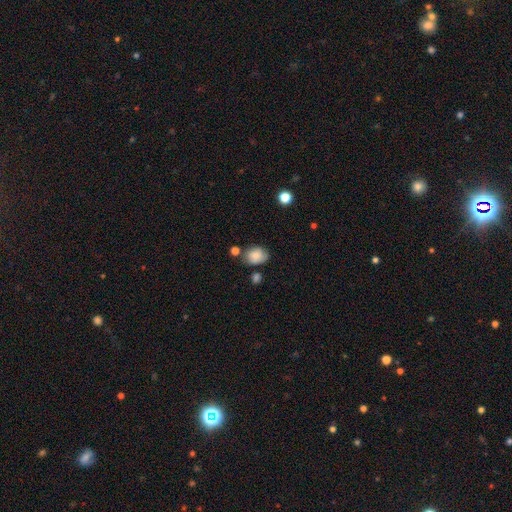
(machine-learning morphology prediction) smooth 76%, featured or disk 15%, star or artifact 9%. Down the decision tree: how rounded — in between (65%); merging — none (62%).